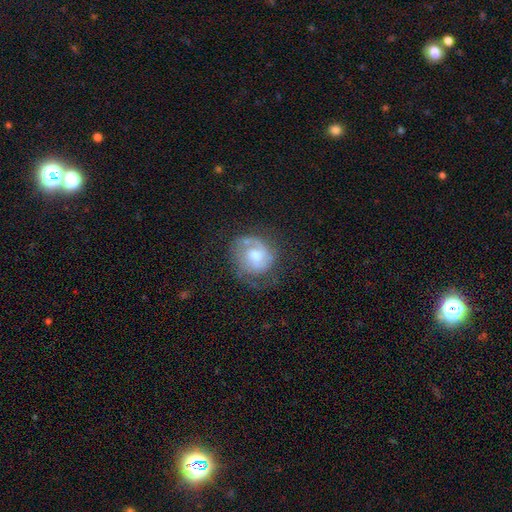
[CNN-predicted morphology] Q: Smooth or featured?
A: featured or disk (66%); runner-up: smooth (26%)
Q: Edge-on disk?
A: no (97%); runner-up: yes (3%)
Q: Bar?
A: no (57%); runner-up: weak (36%)
Q: Spiral arms?
A: yes (85%); runner-up: no (15%)
Q: Spiral winding?
A: tight (47%); runner-up: medium (36%)
Q: Spiral arm count?
A: 2 (38%); runner-up: 1 (34%)
Q: Bulge size?
A: moderate (62%); runner-up: small (19%)
Q: Merging?
A: none (57%); runner-up: minor disturbance (23%)